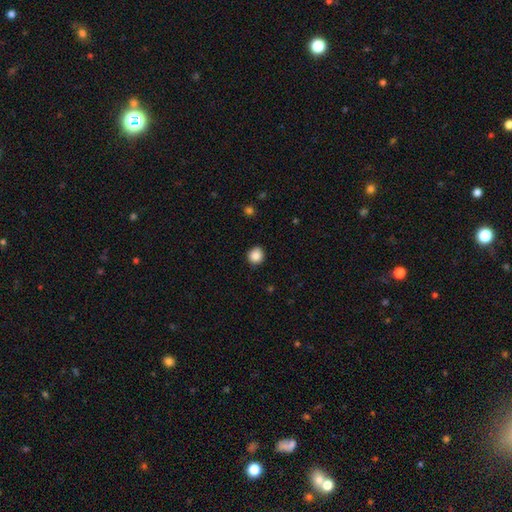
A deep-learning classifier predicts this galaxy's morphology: type=smooth (87%); roundness=round (89%); merging=none (90%).